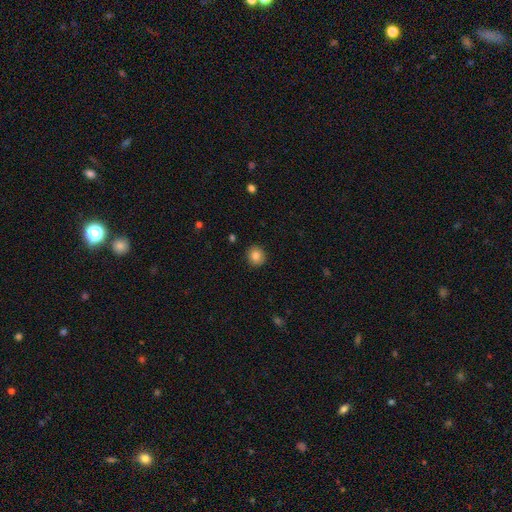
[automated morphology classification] This appears to be a smooth galaxy with no disk features (83%) that is round (90%). Merging: none (91%).